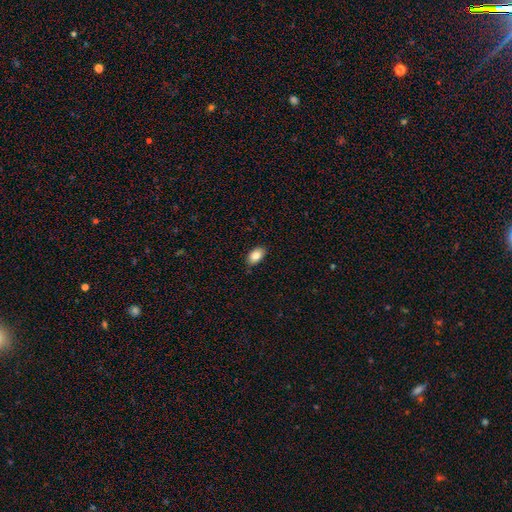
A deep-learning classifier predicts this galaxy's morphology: Overall: smooth (85%). How rounded: in between (91%). Merging: none (83%).